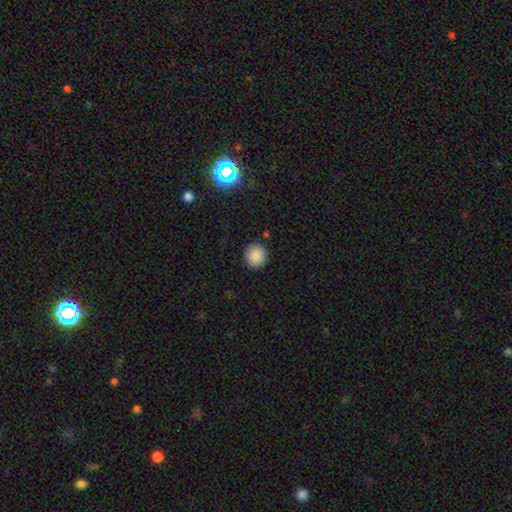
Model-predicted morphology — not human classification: Q: Smooth or featured?
A: smooth (87%); runner-up: star or artifact (9%)
Q: How rounded?
A: round (93%); runner-up: in between (6%)
Q: Merging?
A: none (91%); runner-up: minor disturbance (6%)